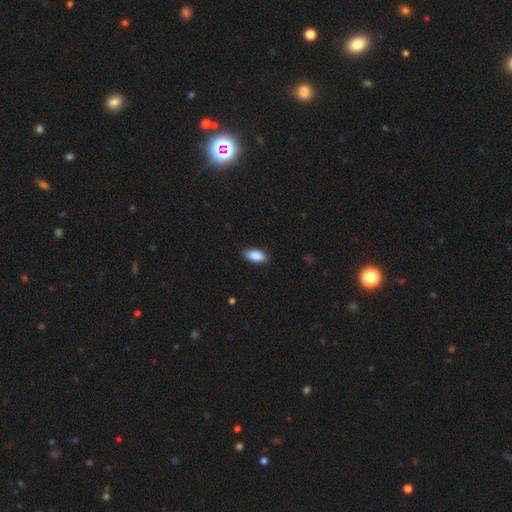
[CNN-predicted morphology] A smooth galaxy with no disk features (88%) that is in between round and cigar-shaped (92%). Merging: none (85%).